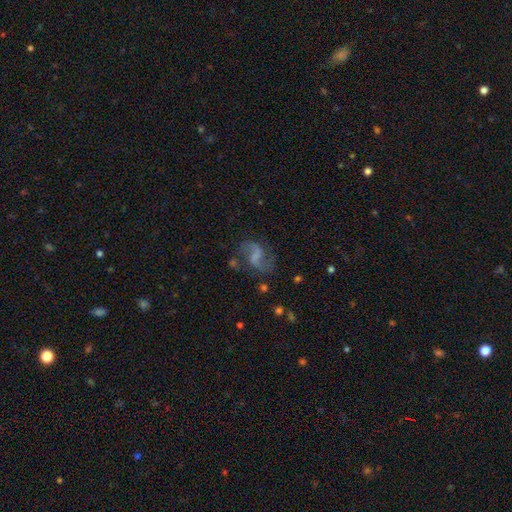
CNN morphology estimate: This appears to be a featured or disk galaxy (78%) with a weak bar (47%), 2 (91%) loose (63%) spiral arms (93%) and no central bulge (57%). Merging: none (67%).